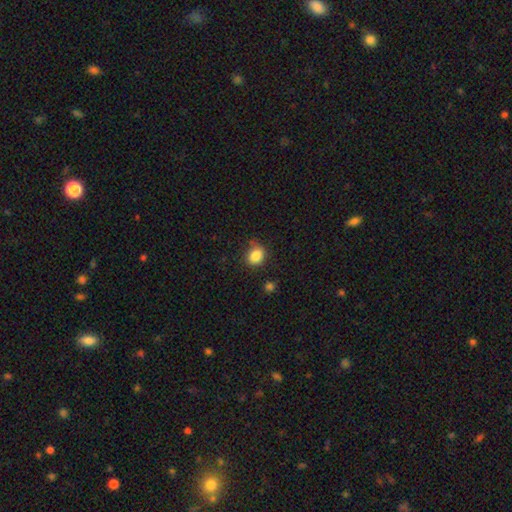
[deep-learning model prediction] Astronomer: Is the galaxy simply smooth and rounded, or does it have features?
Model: smooth — 85%.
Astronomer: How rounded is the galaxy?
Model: round — 55% (runner-up: in between, 44%).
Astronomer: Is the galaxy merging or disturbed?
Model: none — 72%.